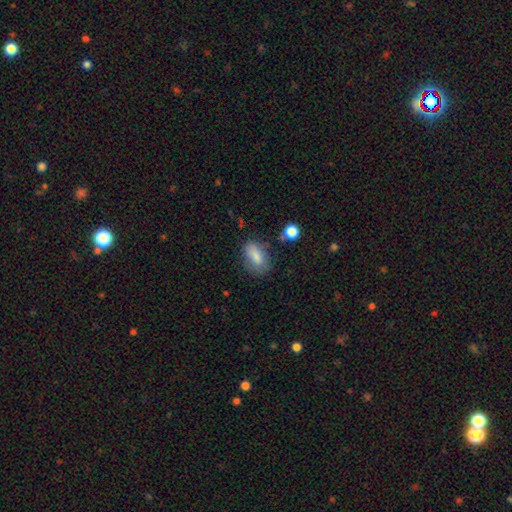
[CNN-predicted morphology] A smooth galaxy with no disk features (79%) that is in between round and cigar-shaped (86%). Merging: none (64%).